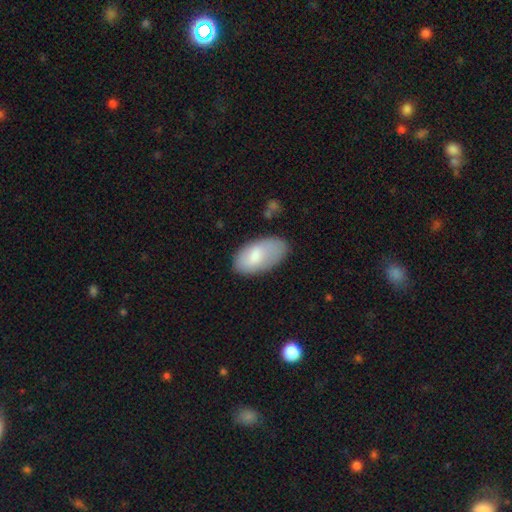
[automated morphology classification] Overall: smooth (77%). How rounded: in between (95%). Merging: none (68%).